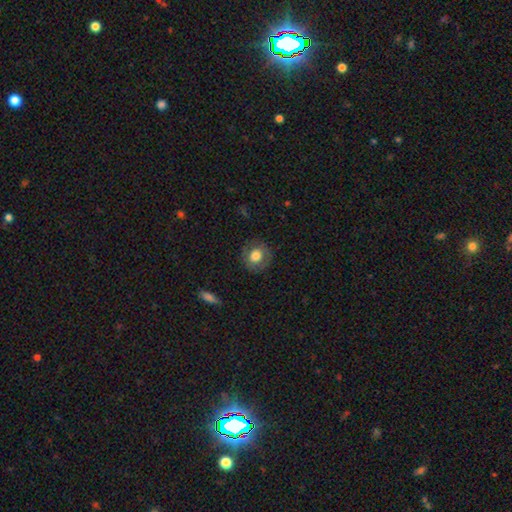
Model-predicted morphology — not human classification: Smooth or featured: smooth — 69% (featured or disk — 23%)
How rounded: round — 82% (in between — 17%)
Merging: none — 82% (minor disturbance — 12%)